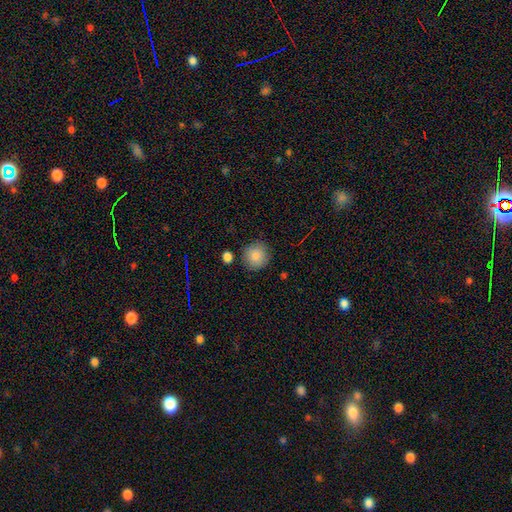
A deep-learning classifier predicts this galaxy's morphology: type=smooth (86%); roundness=round (93%); merging=none (85%).